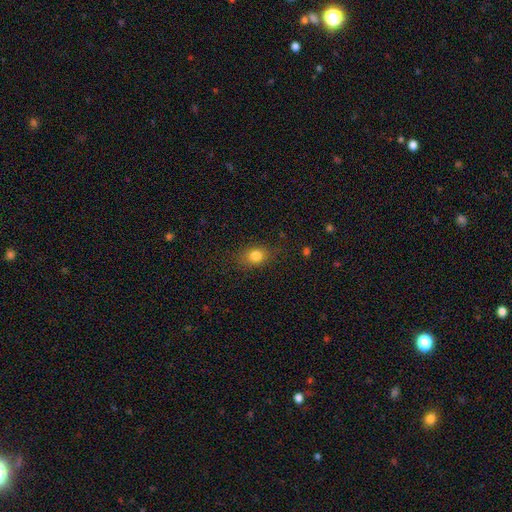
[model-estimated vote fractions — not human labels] smooth 80%, star or artifact 11%, featured or disk 8%. Down the decision tree: how rounded — in between (57%); merging — none (80%).